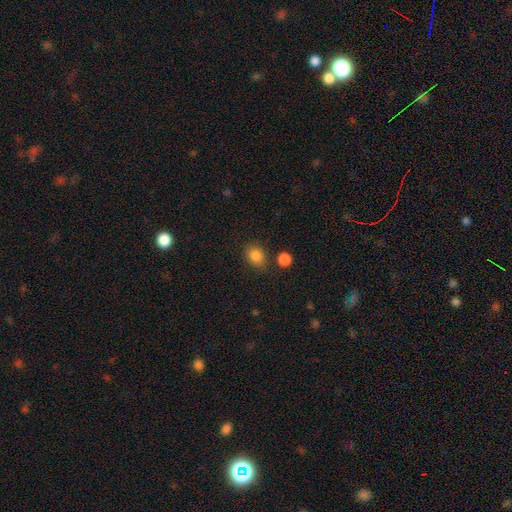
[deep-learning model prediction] A smooth galaxy with no disk features (85%) that is in between round and cigar-shaped (53%). Merging: none (77%).